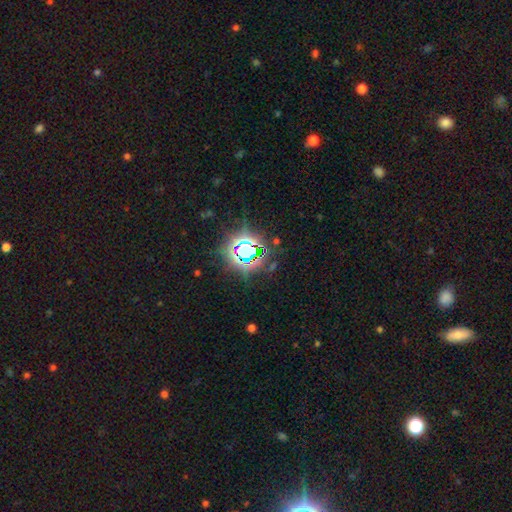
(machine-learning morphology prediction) This is clearly a star or artifact rather than a galaxy (81%).